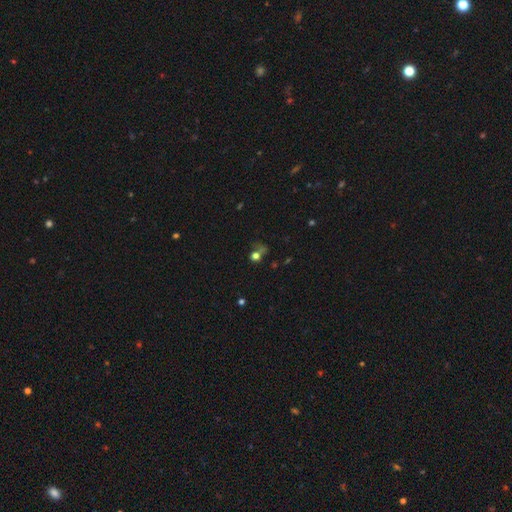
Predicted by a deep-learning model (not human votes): smooth-or-featured: smooth: 59% | star or artifact: 28% | featured or disk: 13%
  how-rounded: round: 79% | in between: 19% | cigar-shaped: 2%
  merging: none: 44% | major disturbance: 23% | merger: 18% | minor disturbance: 15%